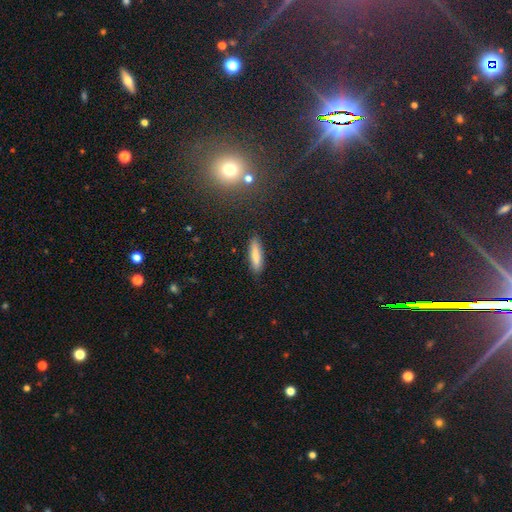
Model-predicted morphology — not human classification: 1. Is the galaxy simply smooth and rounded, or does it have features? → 81% smooth, 12% featured or disk, 7% star or artifact.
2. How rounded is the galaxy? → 75% cigar-shaped, 24% in between, 2% round.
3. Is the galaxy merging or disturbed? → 87% none, 9% minor disturbance, 2% major disturbance, 1% merger.